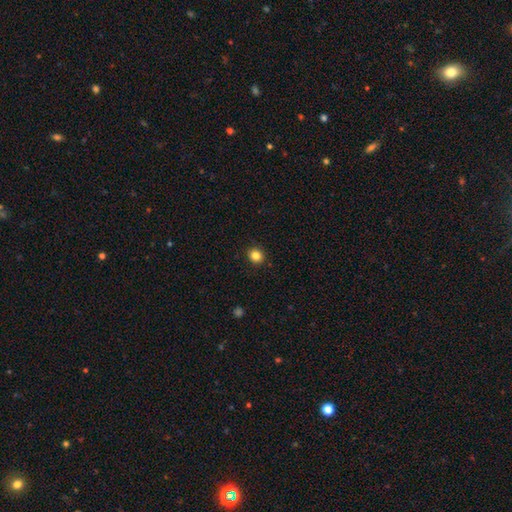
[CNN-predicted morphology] Smooth or featured? Predicted: smooth (p=0.84). How rounded? Predicted: round (p=0.85). Merging? Predicted: none (p=0.92).